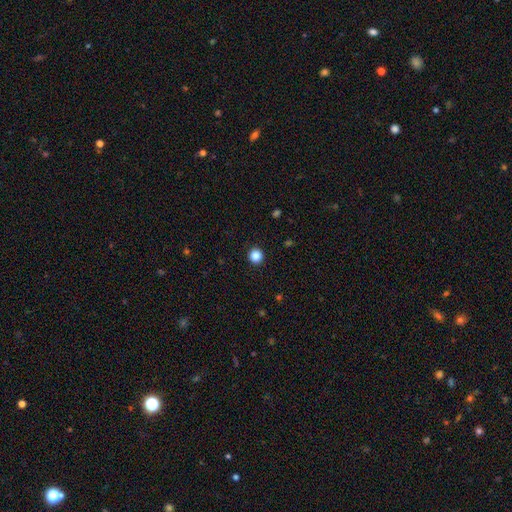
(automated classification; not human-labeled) Smooth or featured? Predicted: smooth (p=0.87). How rounded? Predicted: round (p=0.95). Merging? Predicted: none (p=0.93).